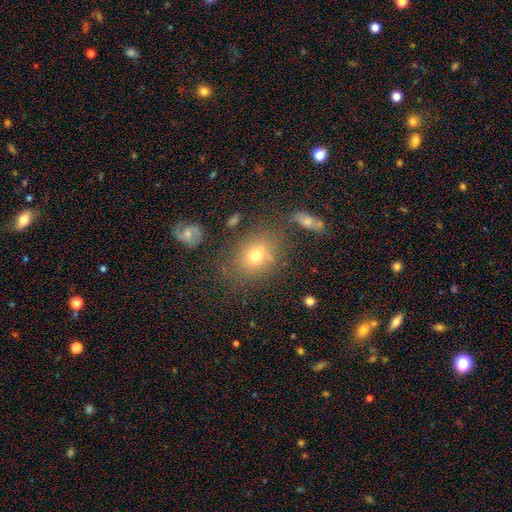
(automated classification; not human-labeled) A smooth galaxy with no disk features (70%) that is in between round and cigar-shaped (51%).

Vote fractions:
- Smooth or featured? smooth: 70% / star or artifact: 15% / featured or disk: 15%
- How rounded? in between: 51% / round: 47% / cigar-shaped: 2%
- Merging? none: 70% / minor disturbance: 16% / merger: 7% / major disturbance: 7%